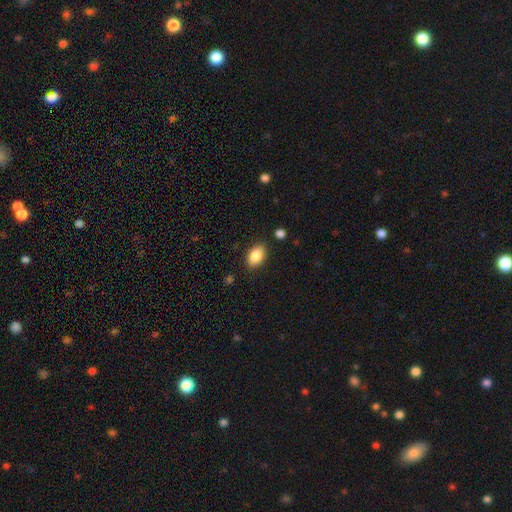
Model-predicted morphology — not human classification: smooth 87%, star or artifact 7%, featured or disk 6%. Down the decision tree: how rounded — in between (90%); merging — none (85%).